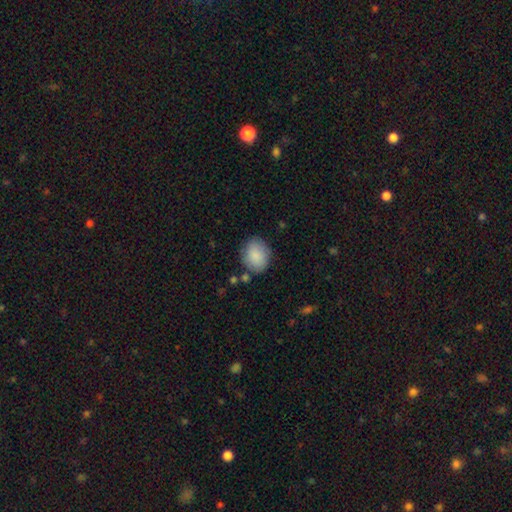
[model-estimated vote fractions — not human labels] smooth-or-featured: smooth: 87% | featured or disk: 7% | star or artifact: 6%
  how-rounded: round: 58% | in between: 41% | cigar-shaped: 1%
  merging: none: 76% | minor disturbance: 16% | major disturbance: 4% | merger: 4%